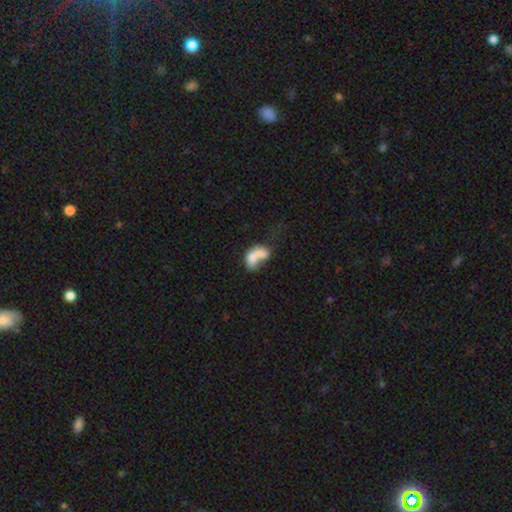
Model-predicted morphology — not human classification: Smooth or featured? smooth (66%)
How rounded? in between (80%)
Merging? merger (66%)